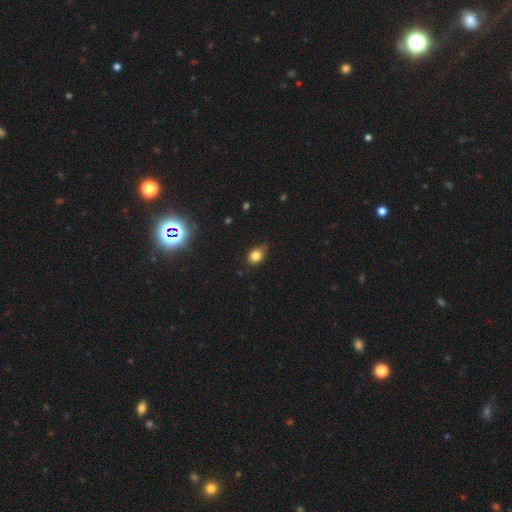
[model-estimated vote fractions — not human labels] This is likely a smooth galaxy (79%). How rounded: likely in between (62%). Merging: likely none (69%).